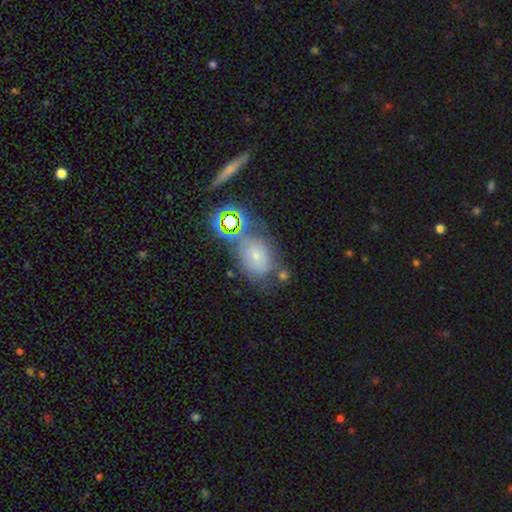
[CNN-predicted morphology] A smooth galaxy with no disk features (47%).

Vote fractions:
- Smooth or featured? smooth: 47% / featured or disk: 27% / star or artifact: 26%
- Merging? none: 48% / minor disturbance: 21% / merger: 18% / major disturbance: 12%